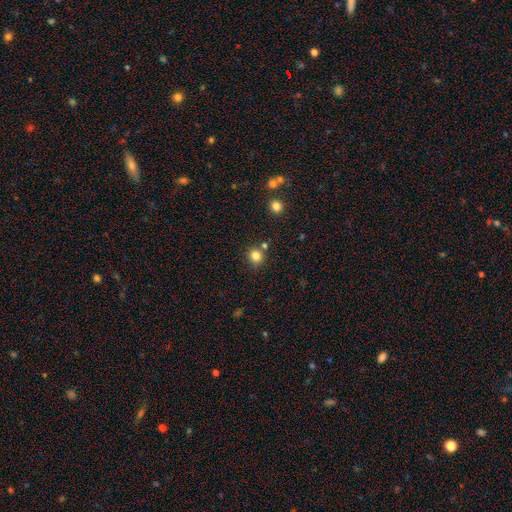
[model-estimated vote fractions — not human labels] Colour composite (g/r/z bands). It shows a smooth galaxy with no disk features (82%) that is round (90%). Merging: none (79%).